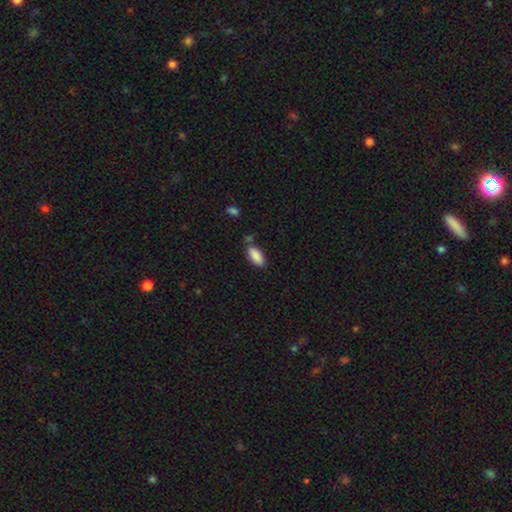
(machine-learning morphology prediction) This appears to be a smooth galaxy with no disk features (89%) that is in between round and cigar-shaped (87%). Merging: none (68%).